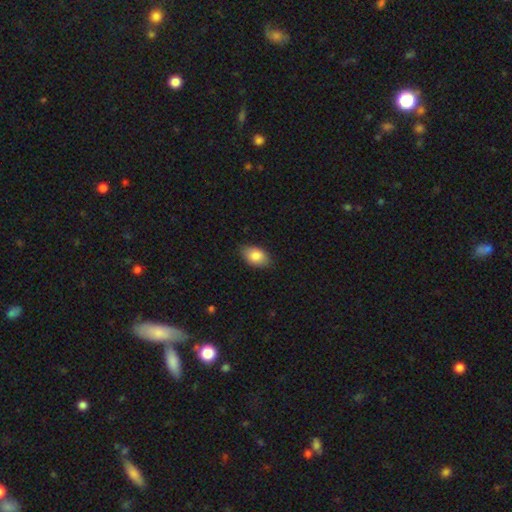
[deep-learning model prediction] Smooth or featured? smooth (86%)
How rounded? in between (90%)
Merging? none (82%)